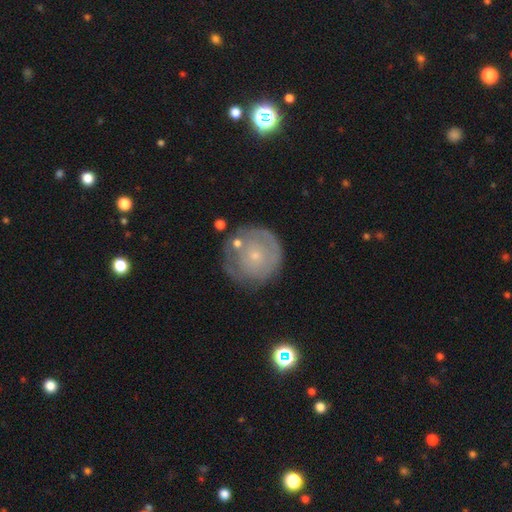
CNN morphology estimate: The model was most divided on "spiral arms": yes: 51%, no: 49%. More confident: edge-on disk — no (97%); bar — no (87%); bulge size — small (82%); merging — none (67%); smooth or featured — featured or disk (53%).